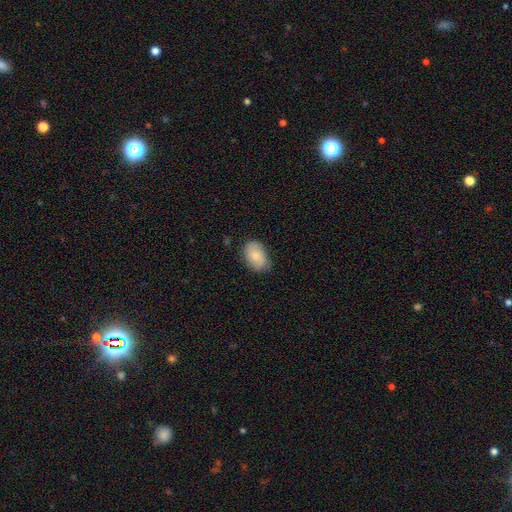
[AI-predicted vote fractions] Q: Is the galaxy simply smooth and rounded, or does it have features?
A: smooth — 79%.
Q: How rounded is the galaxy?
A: in between — 90%.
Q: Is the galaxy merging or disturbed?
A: none — 68%.